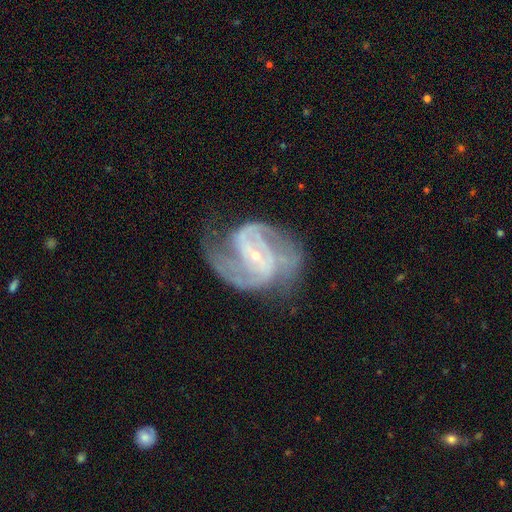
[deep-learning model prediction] Smooth or featured: featured or disk — 90% (star or artifact — 6%)
Edge-on disk: no — 97% (yes — 3%)
Bar: weak — 40% (strong — 32%)
Spiral arms: yes — 97% (no — 3%)
Spiral winding: medium — 52% (tight — 33%)
Spiral arm count: 2 — 63% (3 — 15%)
Bulge size: small — 79% (moderate — 17%)
Merging: none — 59% (minor disturbance — 21%)